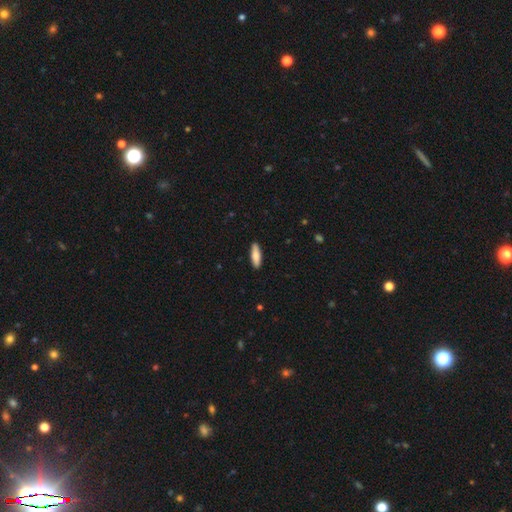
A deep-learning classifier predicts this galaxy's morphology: Smooth or featured?
  - smooth: 80% *
  - featured or disk: 14%
  - star or artifact: 6%
How rounded?
  - cigar-shaped: 53% *
  - in between: 46%
  - round: 2%
Merging?
  - none: 89% *
  - minor disturbance: 8%
  - major disturbance: 2%
  - merger: 1%